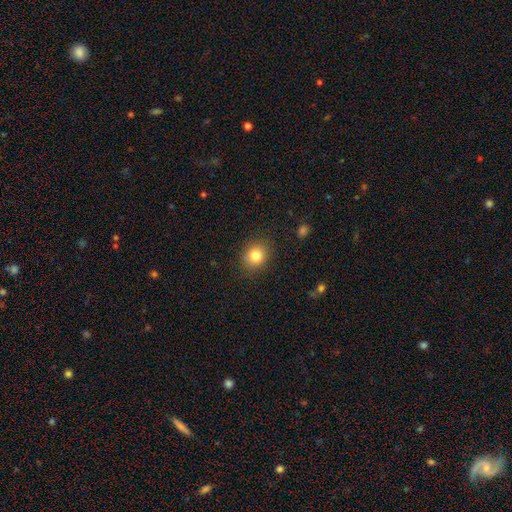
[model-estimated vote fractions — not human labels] Smooth or featured?
  - smooth: 81% *
  - star or artifact: 11%
  - featured or disk: 8%
How rounded?
  - round: 71% *
  - in between: 28%
  - cigar-shaped: 1%
Merging?
  - none: 88% *
  - minor disturbance: 9%
  - major disturbance: 3%
  - merger: 1%